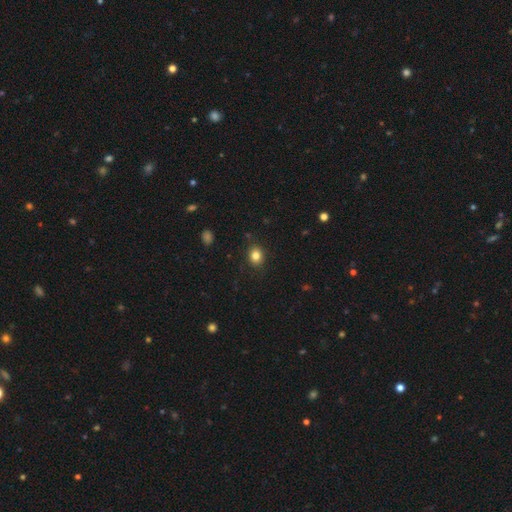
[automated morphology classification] Overall: smooth (83%). How rounded: round (57%; in between 42%). Merging: none (87%).